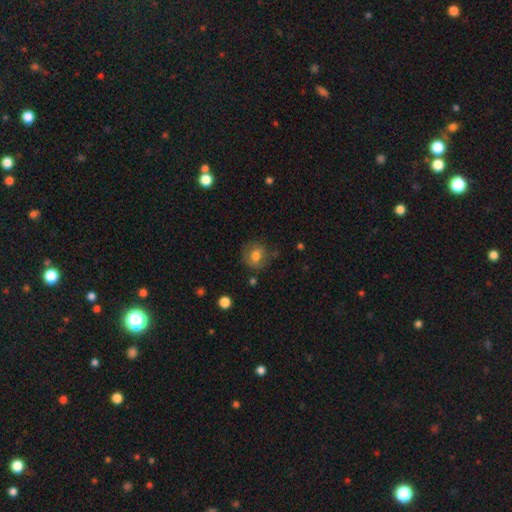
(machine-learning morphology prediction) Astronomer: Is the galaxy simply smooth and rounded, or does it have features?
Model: smooth — 72%.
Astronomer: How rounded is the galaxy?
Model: round — 79%.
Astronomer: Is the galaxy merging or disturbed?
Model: none — 72%.